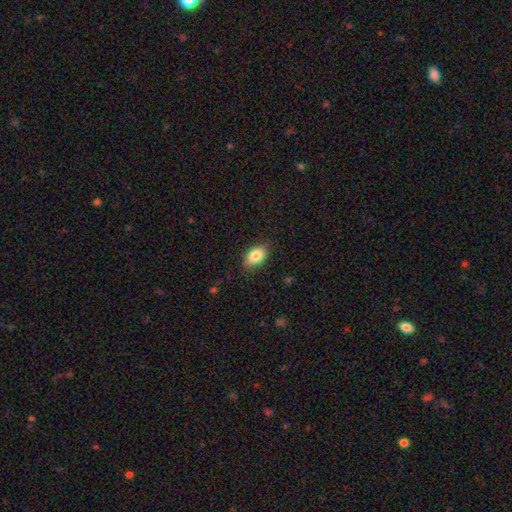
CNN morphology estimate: A smooth galaxy with no disk features (84%) that is in between round and cigar-shaped (88%). Merging: none (82%).